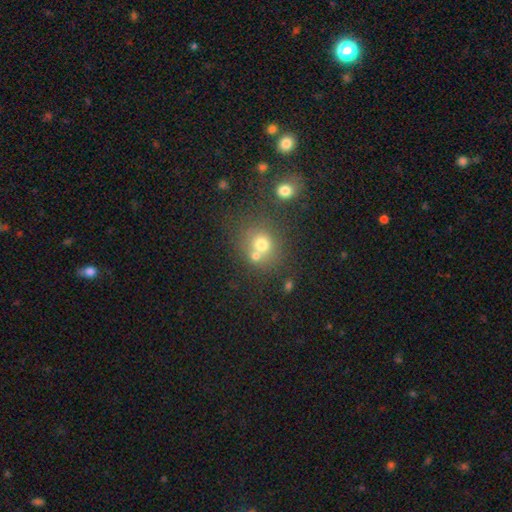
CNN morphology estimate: Smooth or featured? smooth (69%)
How rounded? round (80%)
Merging? none (51%)